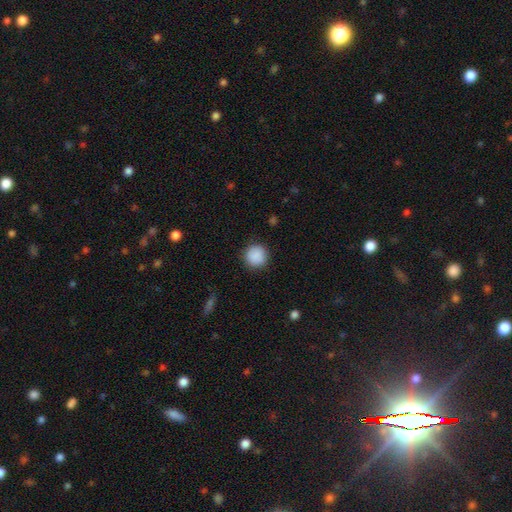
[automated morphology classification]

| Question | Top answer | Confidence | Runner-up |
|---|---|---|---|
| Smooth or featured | smooth | 89% | star or artifact (8%) |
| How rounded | round | 93% | in between (6%) |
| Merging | none | 89% | minor disturbance (8%) |